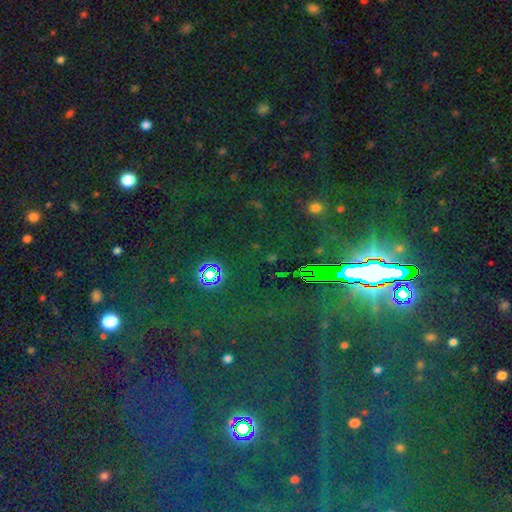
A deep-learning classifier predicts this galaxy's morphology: smooth_or_featured: star or artifact (p=0.84) [alt: smooth p=0.09]